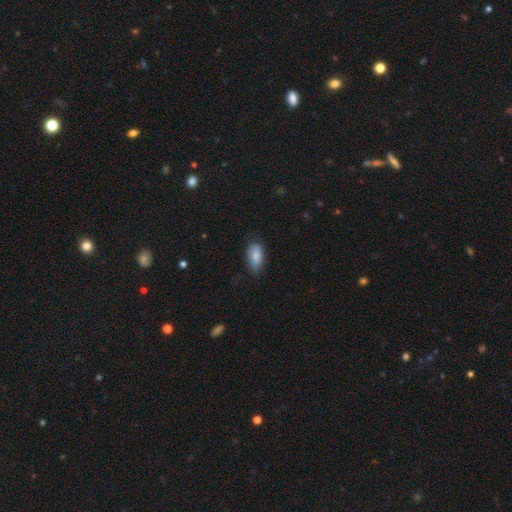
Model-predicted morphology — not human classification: This is clearly a smooth galaxy (83%). How rounded: clearly in between (92%). Merging: likely none (72%).